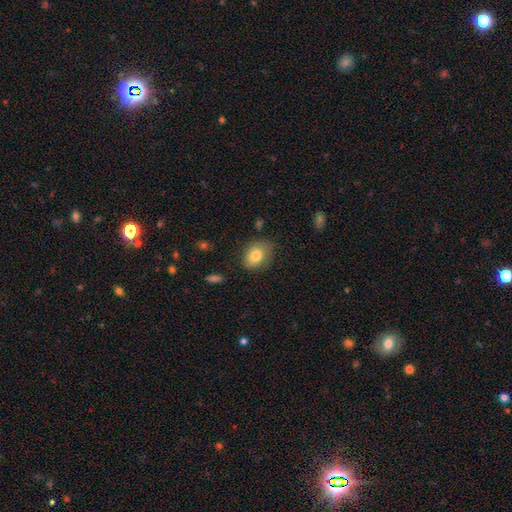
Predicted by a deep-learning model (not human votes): A smooth galaxy with no disk features (79%) that is in between round and cigar-shaped (68%).

Vote fractions:
- Smooth or featured? smooth: 79% / featured or disk: 13% / star or artifact: 8%
- How rounded? in between: 68% / round: 31% / cigar-shaped: 1%
- Merging? none: 75% / minor disturbance: 19% / major disturbance: 5% / merger: 2%